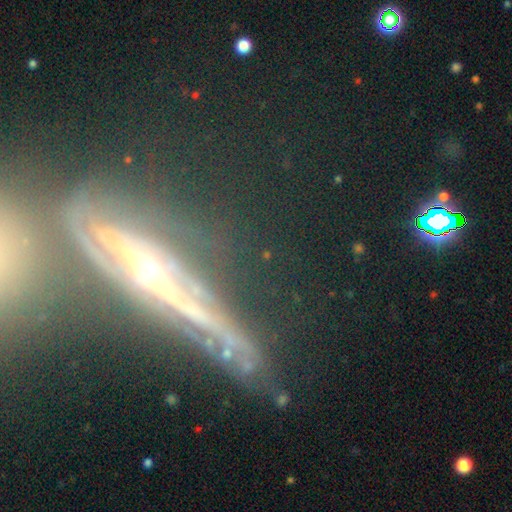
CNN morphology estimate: featured or disk 68%, star or artifact 19%, smooth 13%. Down the decision tree: edge-on disk — yes (78%); edge-on bulge — rounded (85%); merging — none (65%).